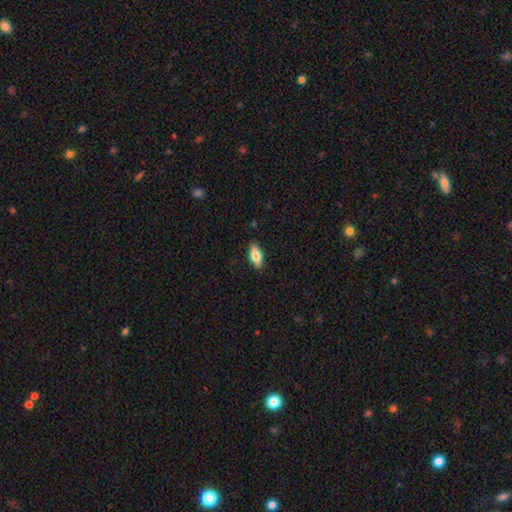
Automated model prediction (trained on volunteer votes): Smooth or featured: smooth — 76% (featured or disk — 17%)
How rounded: in between — 84% (cigar-shaped — 14%)
Merging: none — 88% (minor disturbance — 9%)